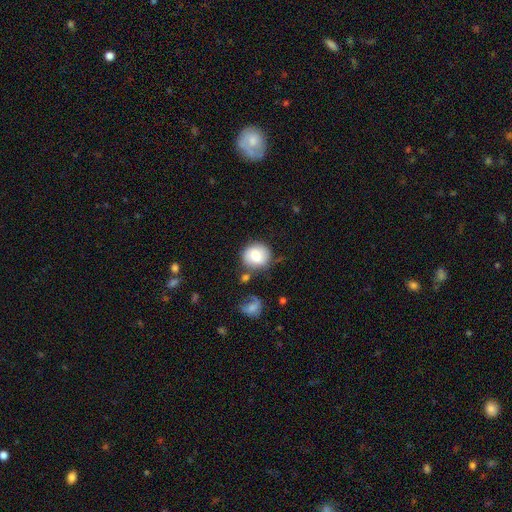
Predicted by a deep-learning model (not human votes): smooth-or-featured: smooth: 79% | featured or disk: 13% | star or artifact: 8%
  how-rounded: round: 85% | in between: 14% | cigar-shaped: 1%
  merging: none: 69% | minor disturbance: 18% | merger: 8% | major disturbance: 5%